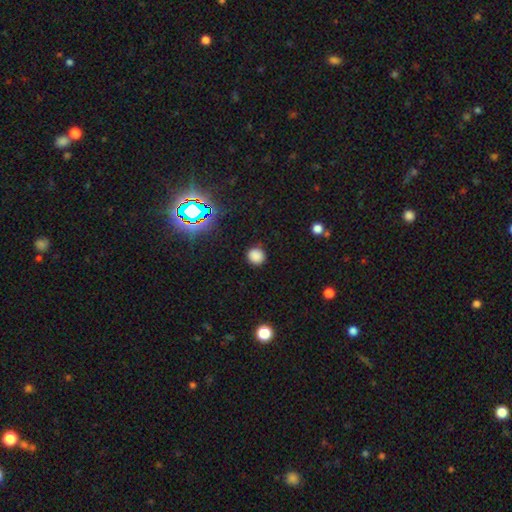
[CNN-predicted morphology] Smooth or featured?
  - smooth: 81% *
  - star or artifact: 15%
  - featured or disk: 4%
How rounded?
  - round: 89% *
  - in between: 10%
  - cigar-shaped: 1%
Merging?
  - none: 88% *
  - minor disturbance: 8%
  - major disturbance: 3%
  - merger: 1%